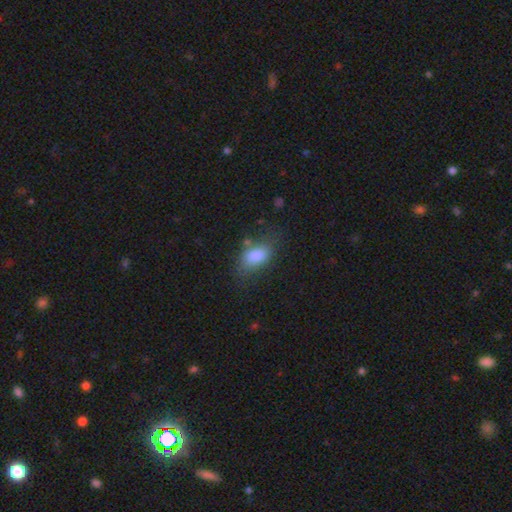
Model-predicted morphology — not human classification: Smooth or featured?
  - smooth: 80% *
  - featured or disk: 11%
  - star or artifact: 9%
How rounded?
  - in between: 87% *
  - round: 9%
  - cigar-shaped: 4%
Merging?
  - none: 62% *
  - minor disturbance: 24%
  - major disturbance: 9%
  - merger: 5%